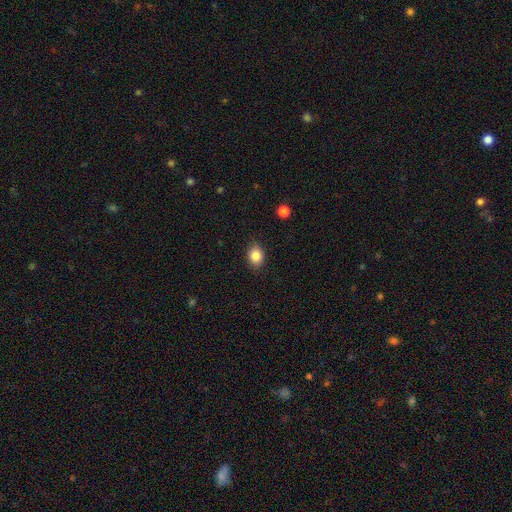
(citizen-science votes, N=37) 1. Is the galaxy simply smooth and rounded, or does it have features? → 89% smooth, 8% star or artifact, 3% featured or disk.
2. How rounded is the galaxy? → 52% in between, 48% round, 0% cigar-shaped.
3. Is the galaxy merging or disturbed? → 74% none, 21% minor disturbance, 3% major disturbance, 3% merger.